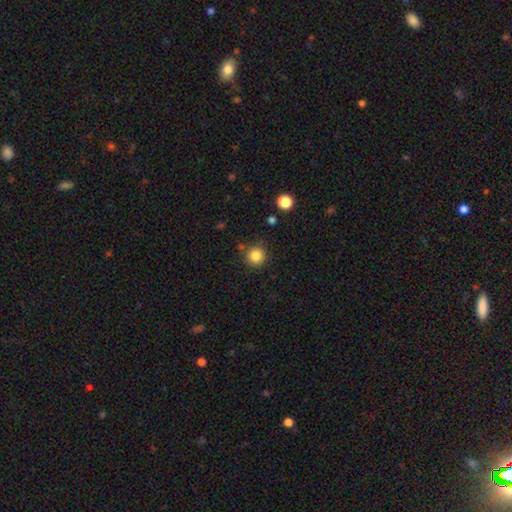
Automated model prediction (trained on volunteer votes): Smooth or featured: smooth — 85% (star or artifact — 11%)
How rounded: round — 93% (in between — 6%)
Merging: none — 82% (minor disturbance — 10%)